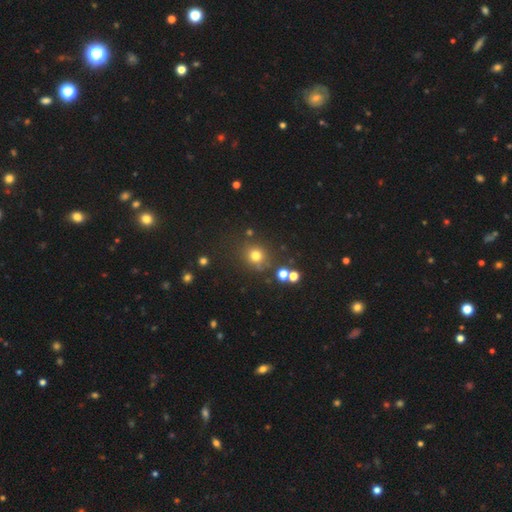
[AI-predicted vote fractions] Smooth or featured?
  - smooth: 72% *
  - star or artifact: 20%
  - featured or disk: 8%
How rounded?
  - round: 87% *
  - in between: 12%
  - cigar-shaped: 1%
Merging?
  - none: 77% *
  - minor disturbance: 11%
  - merger: 7%
  - major disturbance: 5%